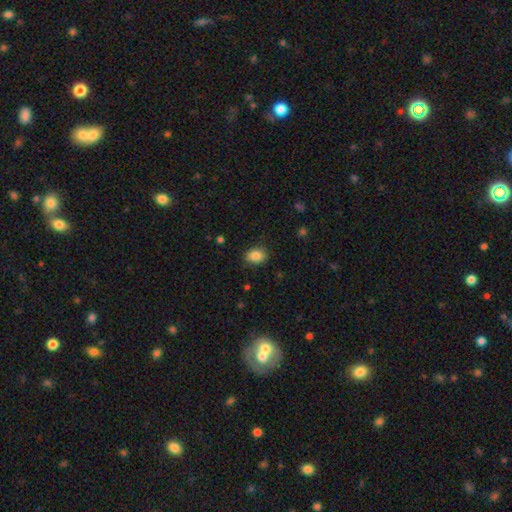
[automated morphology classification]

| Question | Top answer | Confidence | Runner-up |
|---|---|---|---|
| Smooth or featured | smooth | 85% | star or artifact (8%) |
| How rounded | in between | 71% | round (28%) |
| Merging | none | 85% | minor disturbance (12%) |